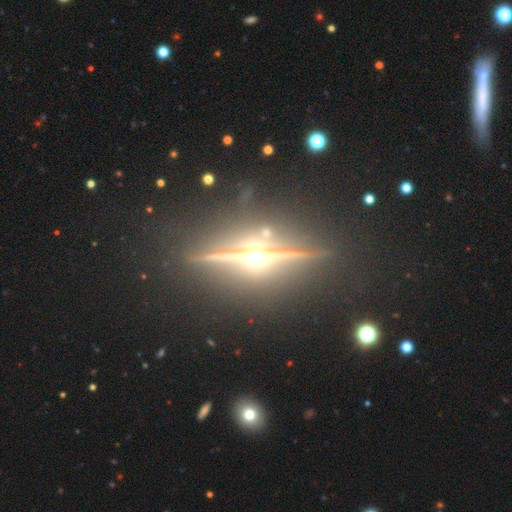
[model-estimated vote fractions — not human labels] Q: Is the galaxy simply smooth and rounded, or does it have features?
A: featured or disk — 84%.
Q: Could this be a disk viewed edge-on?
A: yes — 97%.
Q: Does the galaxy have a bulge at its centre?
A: rounded — 95%.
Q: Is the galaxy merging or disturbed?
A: none — 89%.